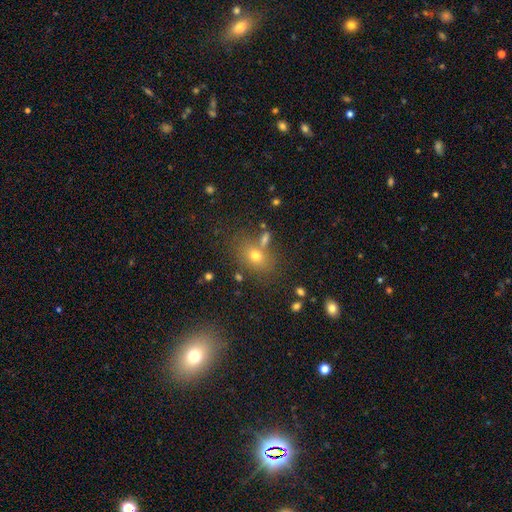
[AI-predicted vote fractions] Smooth or featured? Predicted: smooth (p=0.68). How rounded? Predicted: in between (p=0.65). Merging? Predicted: none (p=0.66).